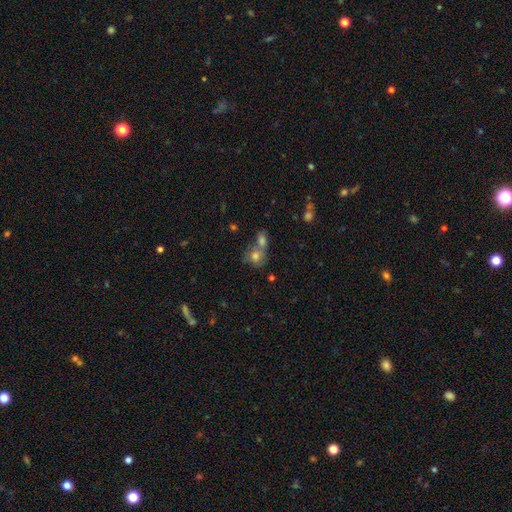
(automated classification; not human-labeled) Smooth or featured: smooth — 69% (featured or disk — 16%)
How rounded: round — 69% (in between — 29%)
Merging: merger — 50% (none — 36%)